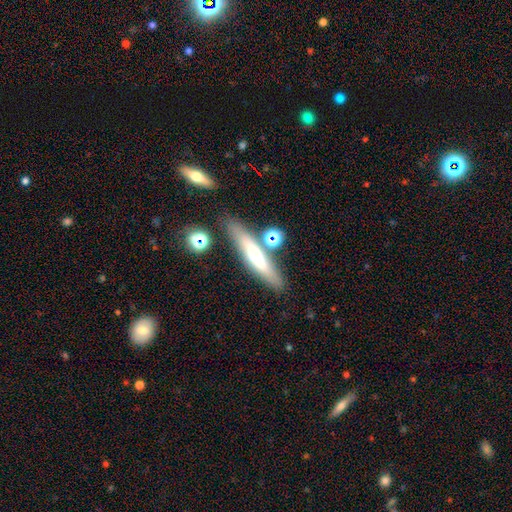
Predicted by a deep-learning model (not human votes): A smooth galaxy with no disk features (50%). Merging: none (76%).